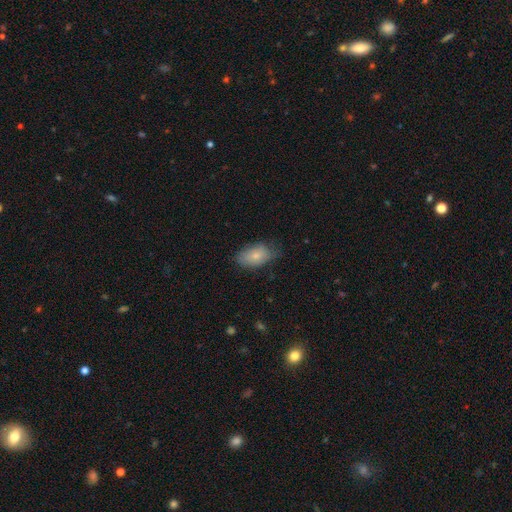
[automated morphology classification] This appears to be a smooth galaxy with no disk features (78%) that is in between round and cigar-shaped (92%). Merging: none (66%).